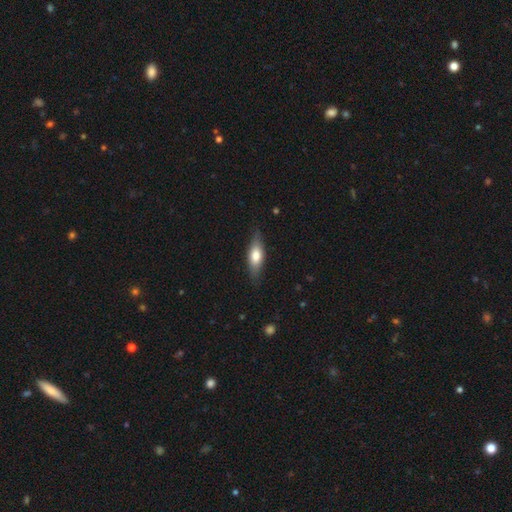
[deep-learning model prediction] The model was most divided on "how rounded": in between: 65%, cigar-shaped: 32%, round: 3%. More confident: merging — none (82%); smooth or featured — smooth (65%).